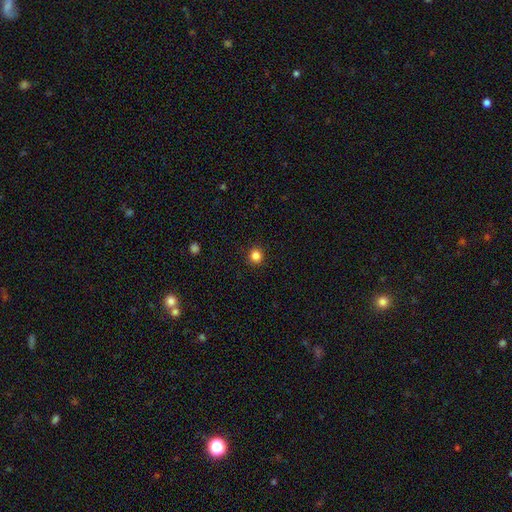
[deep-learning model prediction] Smooth or featured?
  - smooth: 84% *
  - star or artifact: 13%
  - featured or disk: 4%
How rounded?
  - round: 90% *
  - in between: 9%
  - cigar-shaped: 1%
Merging?
  - none: 91% *
  - minor disturbance: 6%
  - major disturbance: 2%
  - merger: 1%